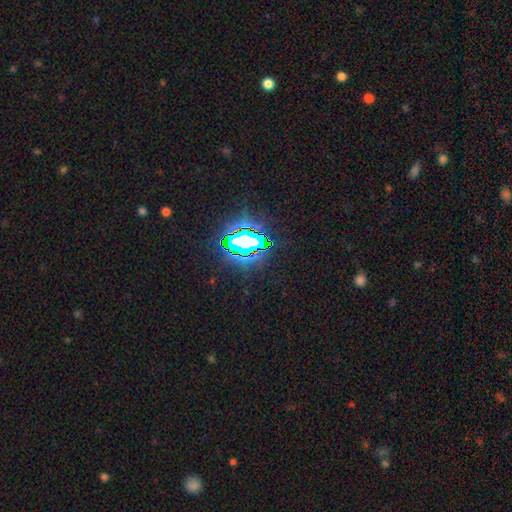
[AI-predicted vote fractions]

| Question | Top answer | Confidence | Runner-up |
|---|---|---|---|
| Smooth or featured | star or artifact | 82% | smooth (11%) |